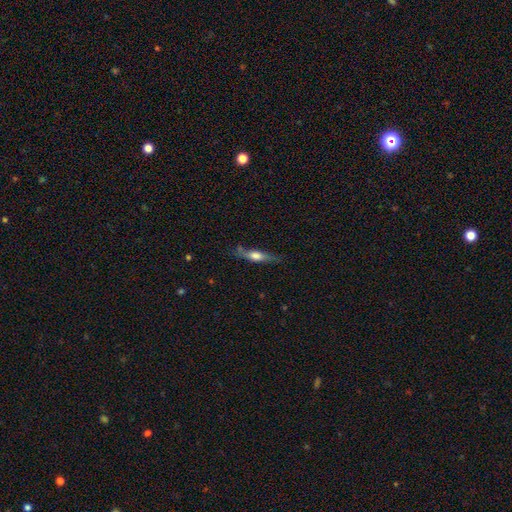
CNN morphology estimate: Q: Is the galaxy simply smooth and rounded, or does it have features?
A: featured or disk — 51%.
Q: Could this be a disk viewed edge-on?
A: yes — 90%.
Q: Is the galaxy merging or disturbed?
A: none — 74%.